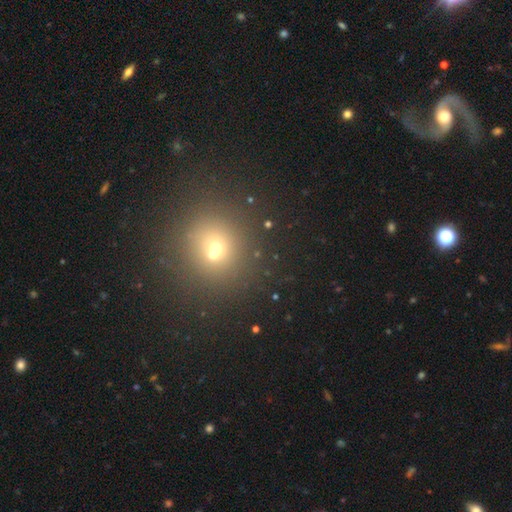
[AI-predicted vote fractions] Smooth or featured? smooth (60%)
How rounded? round (87%)
Merging? none (84%)